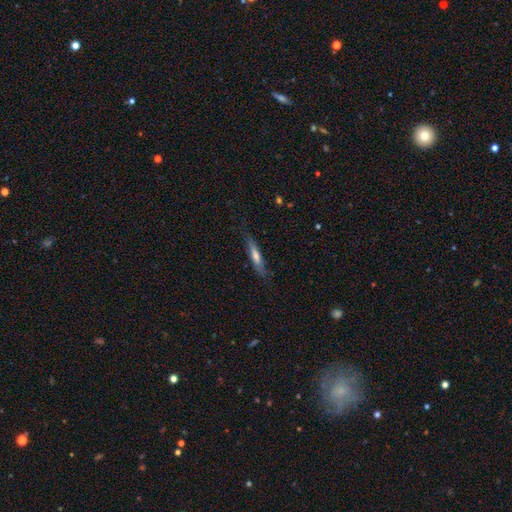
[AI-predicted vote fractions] This appears to be a smooth galaxy with no disk features (53%) that is cigar-shaped (87%). Merging: none (76%).